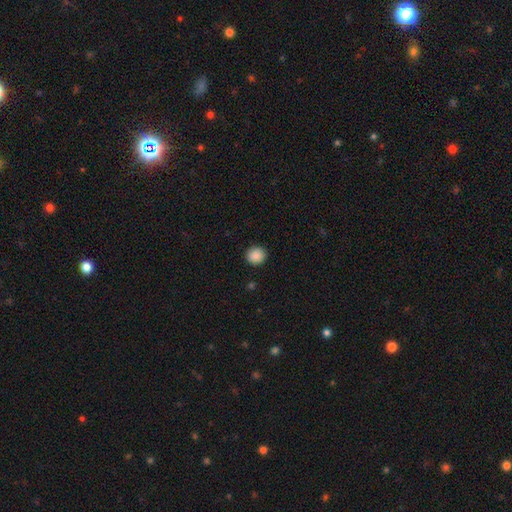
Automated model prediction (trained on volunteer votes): Smooth or featured? Predicted: smooth (p=0.89). How rounded? Predicted: round (p=0.86). Merging? Predicted: none (p=0.91).